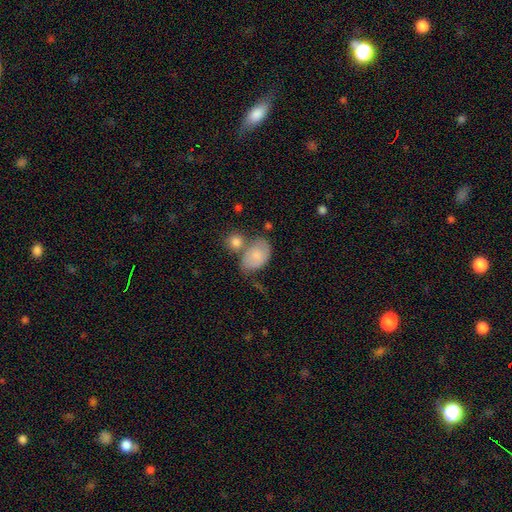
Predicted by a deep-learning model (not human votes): Smooth or featured? Predicted: smooth (p=0.72). How rounded? Predicted: in between (p=0.80). Merging? Predicted: none (p=0.39).